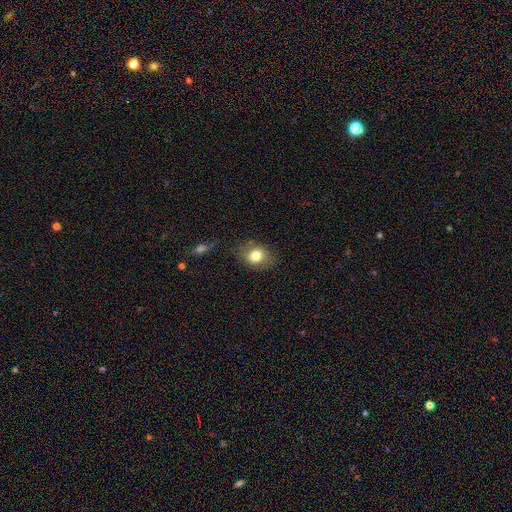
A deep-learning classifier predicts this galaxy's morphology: This appears to be a smooth galaxy with no disk features (77%) that is in between round and cigar-shaped (59%). Merging: none (71%).